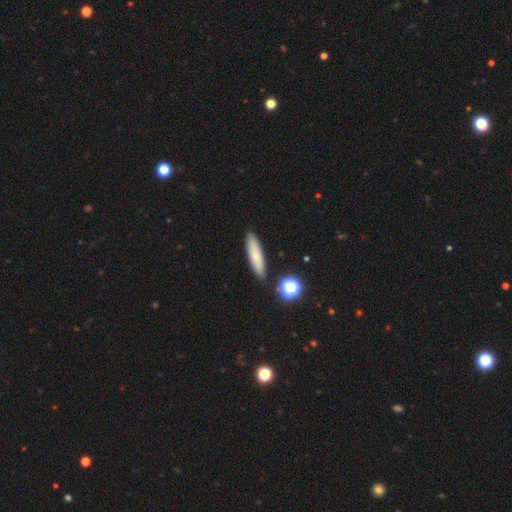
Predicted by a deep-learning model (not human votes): Smooth or featured: smooth — 73% (featured or disk — 18%)
How rounded: cigar-shaped — 74% (in between — 23%)
Merging: none — 87% (minor disturbance — 8%)